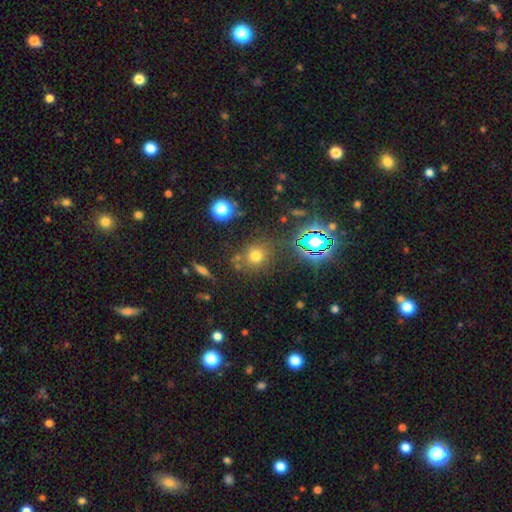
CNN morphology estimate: Smooth or featured?
  - smooth: 64% *
  - star or artifact: 26%
  - featured or disk: 10%
How rounded?
  - round: 82% *
  - in between: 16%
  - cigar-shaped: 2%
Merging?
  - none: 76% *
  - minor disturbance: 11%
  - merger: 8%
  - major disturbance: 5%